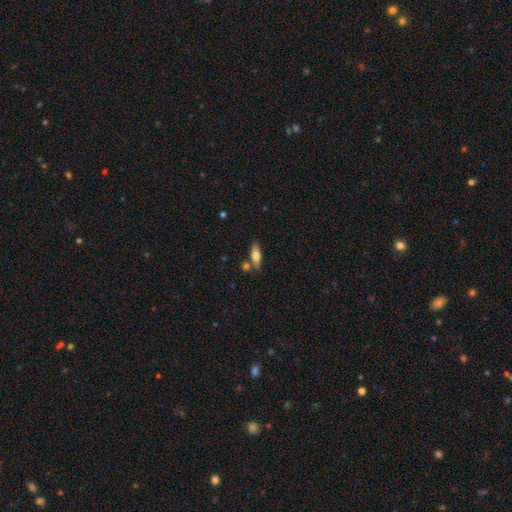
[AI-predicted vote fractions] Smooth or featured? Predicted: smooth (p=0.70). How rounded? Predicted: in between (p=0.62). Merging? Predicted: none (p=0.71).